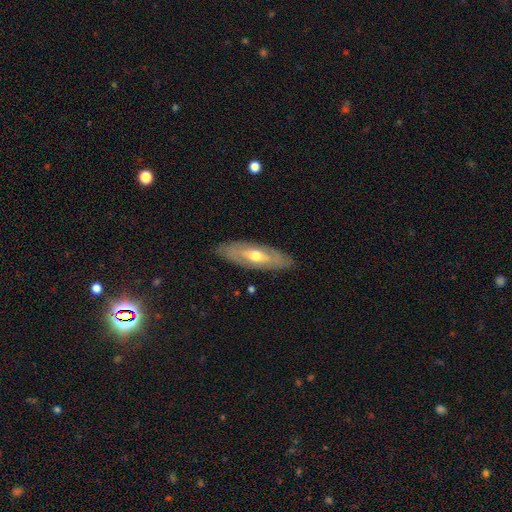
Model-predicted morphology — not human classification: featured or disk 59%, smooth 36%, star or artifact 5%. Down the decision tree: edge-on disk — no (68%); merging — none (84%).